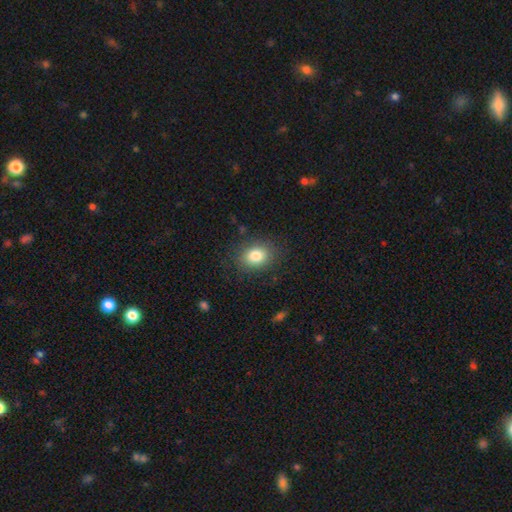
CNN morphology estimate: A smooth galaxy with no disk features (82%) that is in between round and cigar-shaped (54%). Merging: none (84%).